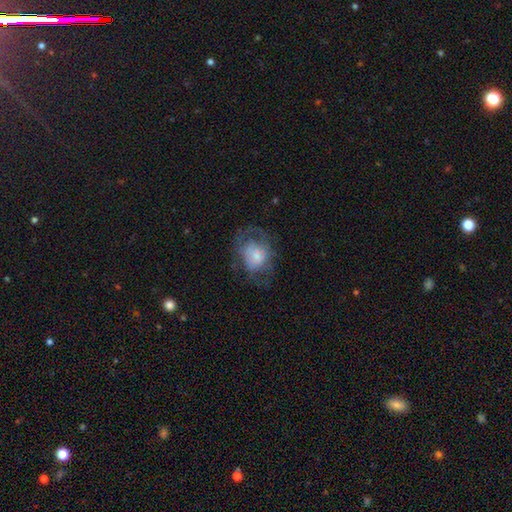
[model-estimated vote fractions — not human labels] Smooth or featured? smooth (50%)
Merging? none (43%)